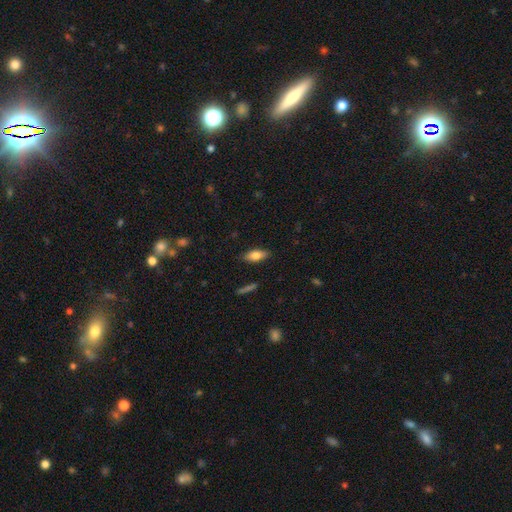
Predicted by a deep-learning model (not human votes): Morphology: type=smooth (78%); roundness=in between (81%); merging=none (86%).